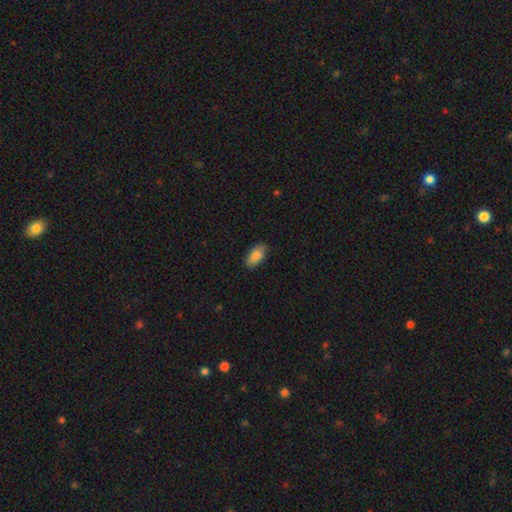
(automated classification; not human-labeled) This appears to be a smooth galaxy with no disk features (85%) that is in between round and cigar-shaped (93%). Merging: none (81%).